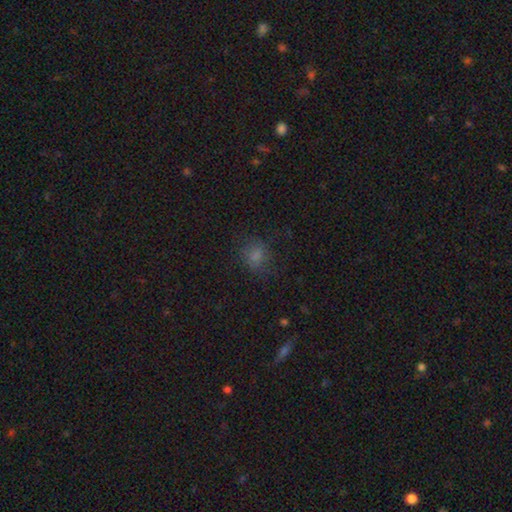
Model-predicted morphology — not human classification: smooth_or_featured: smooth (p=0.76) [alt: star or artifact p=0.17]
how_rounded: round (p=0.60) [alt: in between p=0.38]
merging: none (p=0.74) [alt: minor disturbance p=0.17]